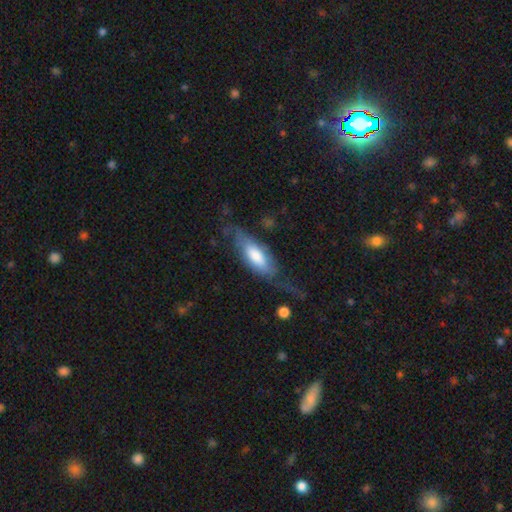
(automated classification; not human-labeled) smooth-or-featured: smooth: 55% | featured or disk: 39% | star or artifact: 6%
  how-rounded: in between: 72% | cigar-shaped: 25% | round: 2%
  merging: none: 46% | minor disturbance: 27% | major disturbance: 25% | merger: 3%